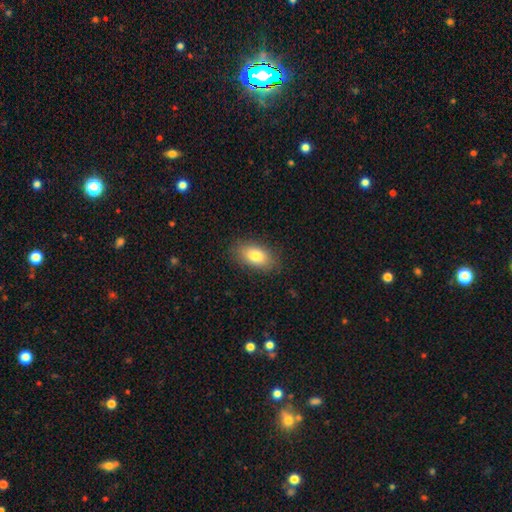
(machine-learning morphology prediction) A smooth galaxy with no disk features (80%) that is in between round and cigar-shaped (90%). Merging: none (85%).